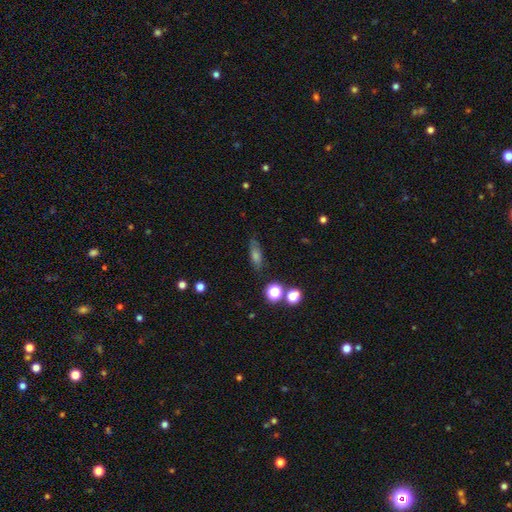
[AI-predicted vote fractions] This appears to be a smooth galaxy with no disk features (59%) that is in between round and cigar-shaped (51%). Merging: none (77%).